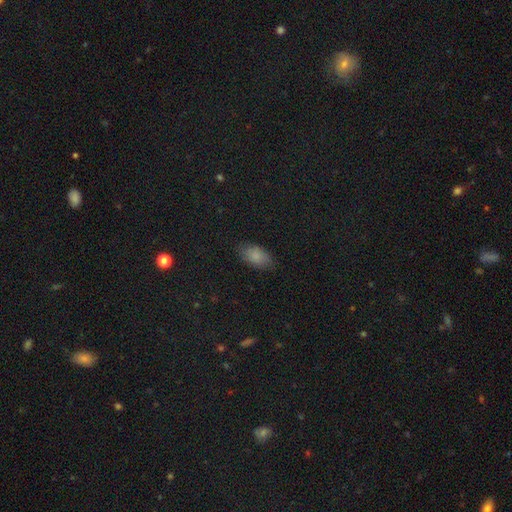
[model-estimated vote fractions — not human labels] A smooth galaxy with no disk features (85%) that is in between round and cigar-shaped (93%). Merging: none (80%).